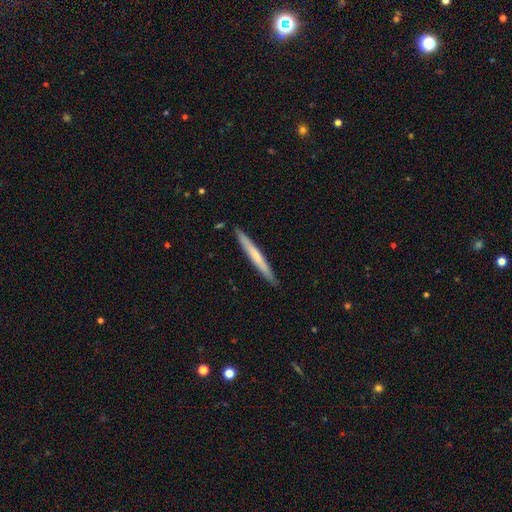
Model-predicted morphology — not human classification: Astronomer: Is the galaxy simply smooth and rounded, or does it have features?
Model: smooth — 54% (runner-up: featured or disk, 41%).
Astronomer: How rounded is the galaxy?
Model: cigar-shaped — 97%.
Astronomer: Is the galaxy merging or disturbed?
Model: none — 91%.